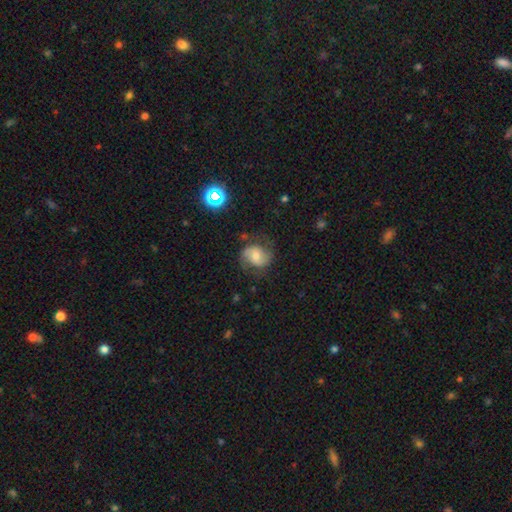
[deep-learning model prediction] Morphology: type=featured or disk (61%); edge-on=no (97%); bar=no (57%); spiral arms=yes (90%); winding=medium (48%); arm count=2 (86%); bulge=moderate (50%); merging=none (66%).